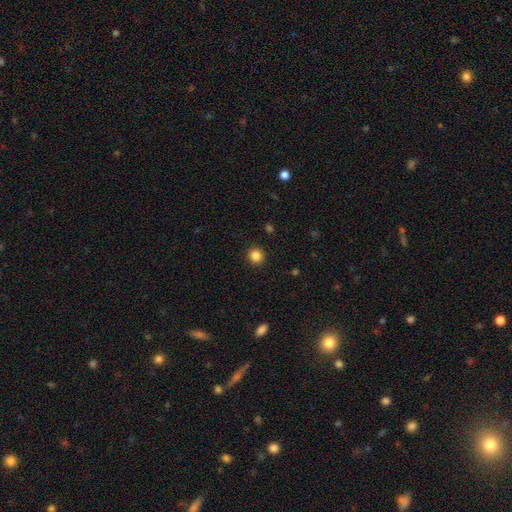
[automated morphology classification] Smooth or featured? smooth (85%)
How rounded? round (92%)
Merging? none (92%)